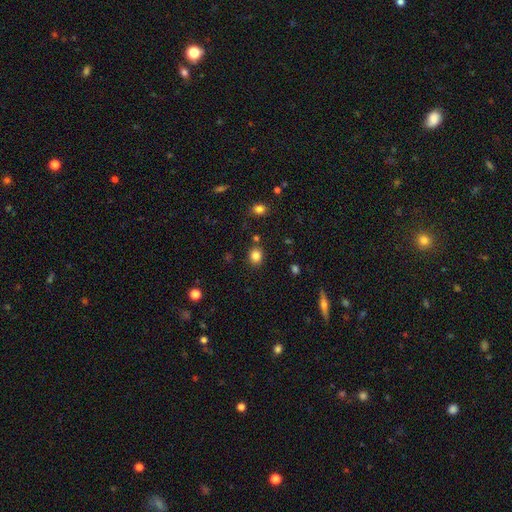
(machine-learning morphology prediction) smooth-or-featured: smooth: 83% | star or artifact: 12% | featured or disk: 5%
  how-rounded: round: 72% | in between: 27% | cigar-shaped: 1%
  merging: none: 85% | minor disturbance: 9% | merger: 4% | major disturbance: 3%